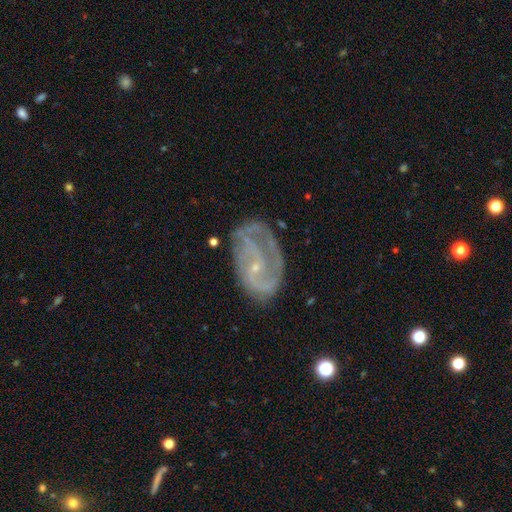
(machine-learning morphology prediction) Q: Smooth or featured?
A: featured or disk (81%); runner-up: smooth (11%)
Q: Edge-on disk?
A: no (96%); runner-up: yes (4%)
Q: Bar?
A: no (53%); runner-up: weak (34%)
Q: Spiral arms?
A: yes (90%); runner-up: no (10%)
Q: Spiral winding?
A: tight (48%); runner-up: medium (39%)
Q: Spiral arm count?
A: 2 (52%); runner-up: can't tell (22%)
Q: Bulge size?
A: small (80%); runner-up: moderate (13%)
Q: Merging?
A: none (64%); runner-up: minor disturbance (22%)